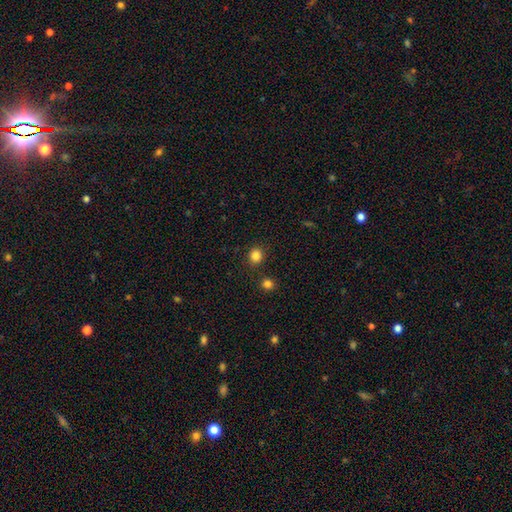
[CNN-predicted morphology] The model was most divided on "how rounded": round: 80%, in between: 19%, cigar-shaped: 1%. More confident: merging — none (86%); smooth or featured — smooth (84%).